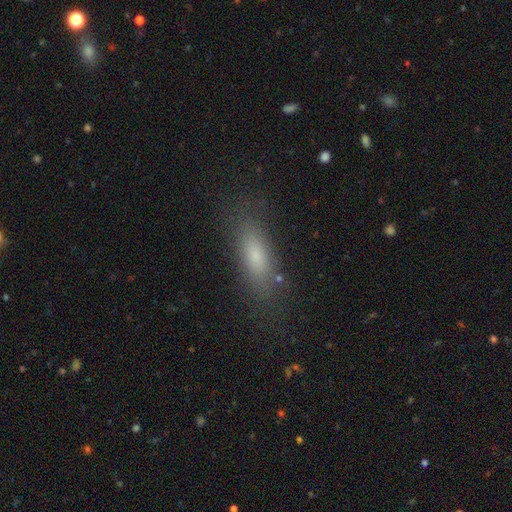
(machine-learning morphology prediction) This appears to be a smooth galaxy with no disk features (75%) that is in between round and cigar-shaped (60%). Merging: none (81%).